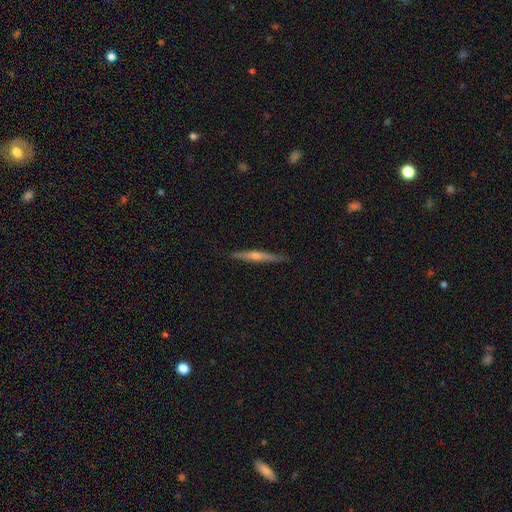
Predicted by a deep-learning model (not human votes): Smooth or featured?
  - featured or disk: 70% *
  - smooth: 22%
  - star or artifact: 8%
Edge-on disk?
  - yes: 97% *
  - no: 3%
Edge-on bulge?
  - rounded: 82% *
  - none: 12%
  - boxy: 6%
Merging?
  - none: 89% *
  - minor disturbance: 8%
  - major disturbance: 2%
  - merger: 1%